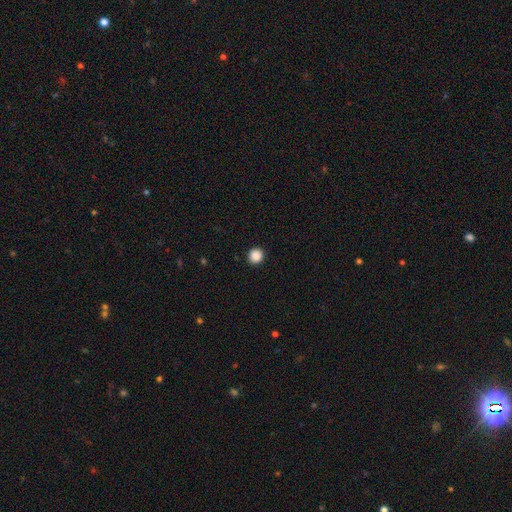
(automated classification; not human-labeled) A smooth galaxy with no disk features (88%) that is round (92%).

Vote fractions:
- Smooth or featured? smooth: 88% / star or artifact: 10% / featured or disk: 2%
- How rounded? round: 92% / in between: 7% / cigar-shaped: 1%
- Merging? none: 93% / minor disturbance: 4% / major disturbance: 2% / merger: 1%